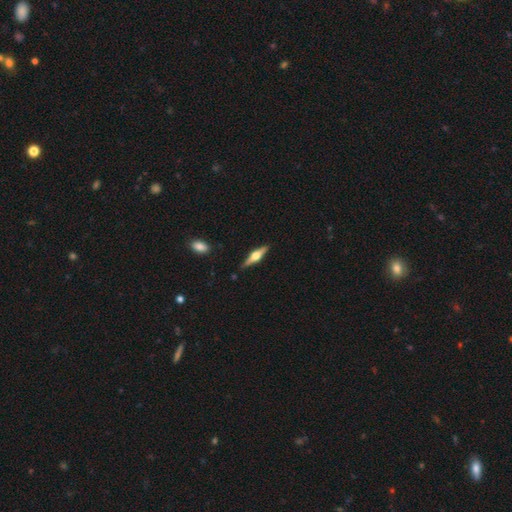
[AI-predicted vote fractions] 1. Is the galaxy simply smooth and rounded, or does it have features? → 71% featured or disk, 24% smooth, 6% star or artifact.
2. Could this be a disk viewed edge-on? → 97% yes, 3% no.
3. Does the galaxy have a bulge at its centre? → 93% rounded, 6% boxy, 2% none.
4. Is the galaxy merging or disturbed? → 87% none, 9% minor disturbance, 2% major disturbance, 2% merger.